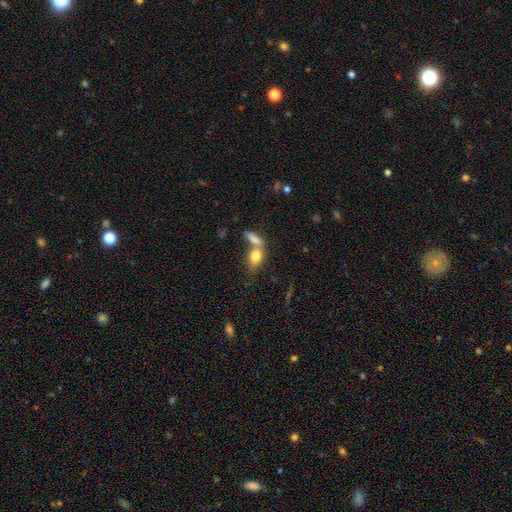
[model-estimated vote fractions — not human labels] Overall: smooth (77%). How rounded: in between (80%). Merging: merger (53%; none 32%).